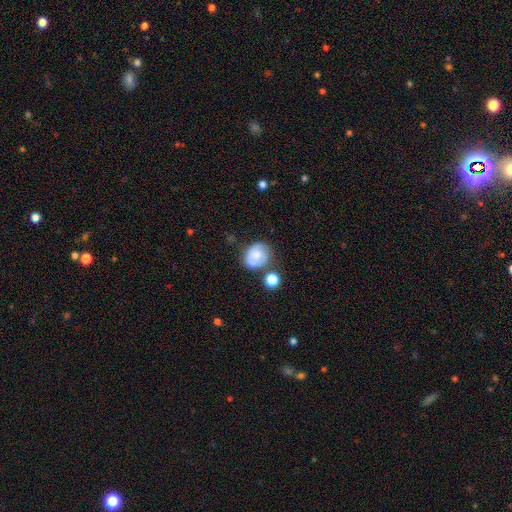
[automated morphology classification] Smooth or featured: smooth — 55% (featured or disk — 36%)
How rounded: round — 59% (in between — 40%)
Merging: none — 53% (minor disturbance — 24%)